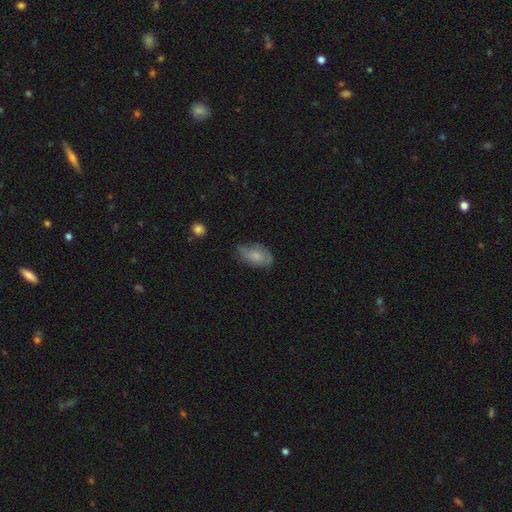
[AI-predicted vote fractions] Morphology: type=smooth (65%); roundness=in between (91%); merging=none (55%).